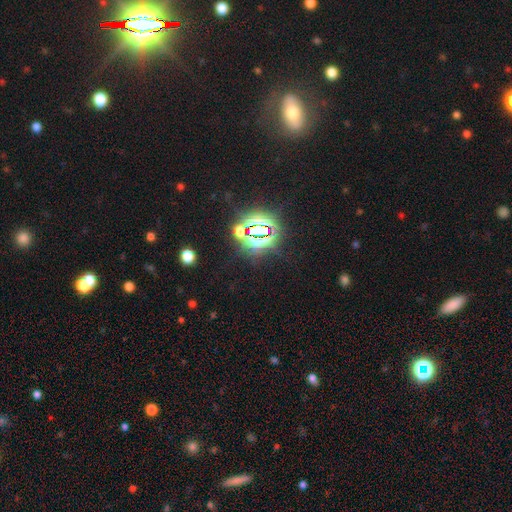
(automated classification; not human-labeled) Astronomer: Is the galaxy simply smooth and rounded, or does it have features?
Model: star or artifact — 78%.